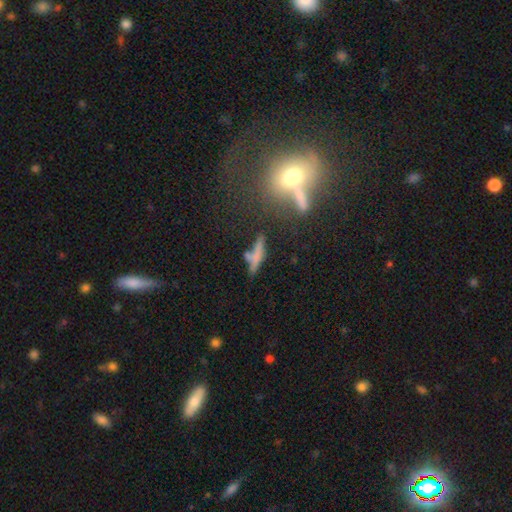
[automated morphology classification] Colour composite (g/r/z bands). It shows a smooth galaxy with no disk features (52%) that is cigar-shaped (78%). Merging: none (45%).